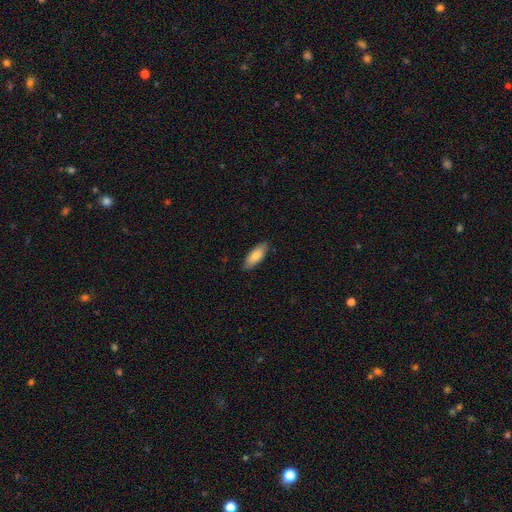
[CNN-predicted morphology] Q: Smooth or featured?
A: smooth (83%); runner-up: featured or disk (12%)
Q: How rounded?
A: in between (75%); runner-up: cigar-shaped (24%)
Q: Merging?
A: none (86%); runner-up: minor disturbance (11%)